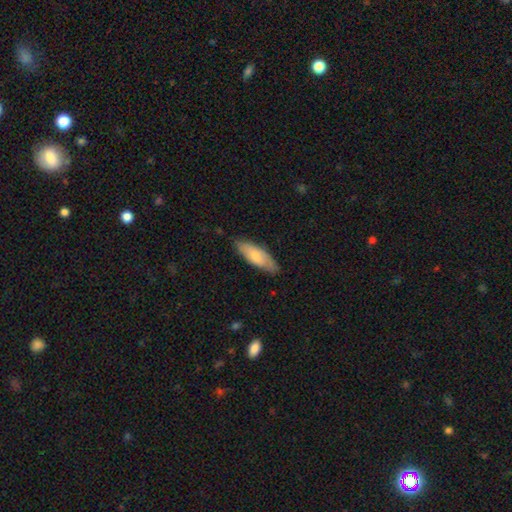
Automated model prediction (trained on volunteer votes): This appears to be a smooth galaxy with no disk features (71%) that is in between round and cigar-shaped (64%). Merging: none (78%).